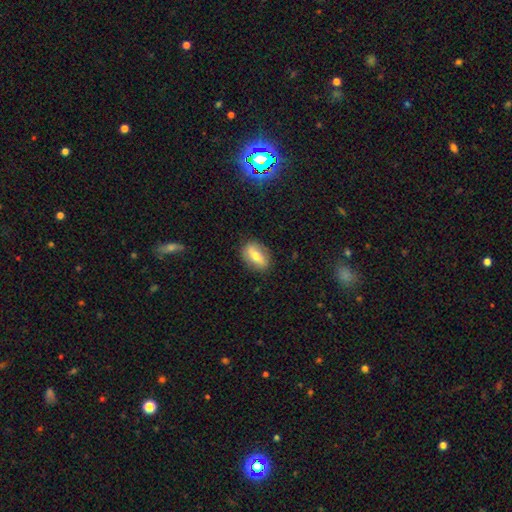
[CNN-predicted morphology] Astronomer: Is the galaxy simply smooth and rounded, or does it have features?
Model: smooth — 59%.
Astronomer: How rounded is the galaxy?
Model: in between — 82%.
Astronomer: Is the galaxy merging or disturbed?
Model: none — 83%.